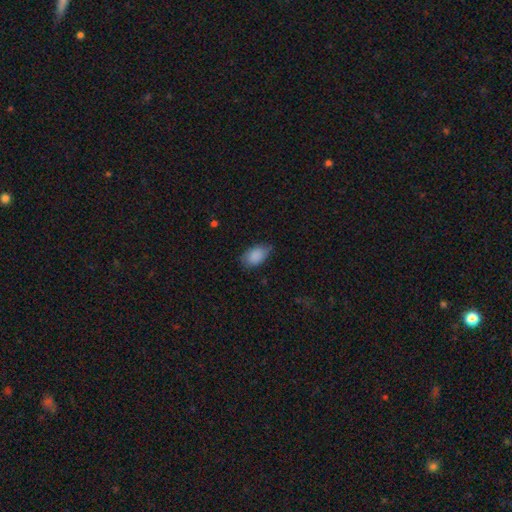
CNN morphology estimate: smooth 88%, star or artifact 7%, featured or disk 5%. Down the decision tree: how rounded — in between (91%); merging — none (69%).